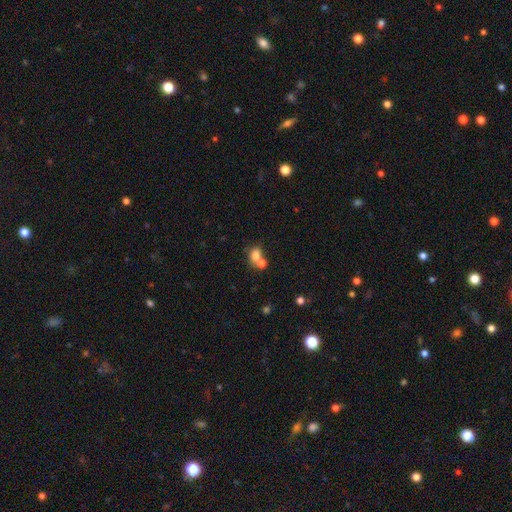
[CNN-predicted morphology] smooth-or-featured: smooth: 76% | star or artifact: 12% | featured or disk: 12%
  how-rounded: in between: 52% | round: 46% | cigar-shaped: 1%
  merging: merger: 51% | none: 35% | minor disturbance: 9% | major disturbance: 5%